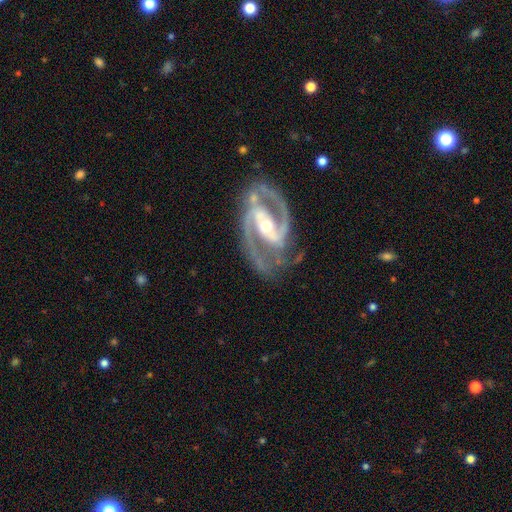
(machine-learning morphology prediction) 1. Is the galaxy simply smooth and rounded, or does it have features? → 93% featured or disk, 4% star or artifact, 2% smooth.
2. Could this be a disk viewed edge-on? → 98% no, 2% yes.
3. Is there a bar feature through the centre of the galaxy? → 53% strong, 31% weak, 16% no.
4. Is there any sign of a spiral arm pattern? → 98% yes, 2% no.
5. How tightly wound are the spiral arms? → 62% medium, 29% tight, 9% loose.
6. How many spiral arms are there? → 92% 2, 3% 3, 2% can't tell, 1% 1, 1% 4, 1% more than 4.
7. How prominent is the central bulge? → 58% moderate, 37% small, 3% large, 1% none, 1% dominant.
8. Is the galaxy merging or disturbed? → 78% none, 15% minor disturbance, 5% major disturbance, 2% merger.